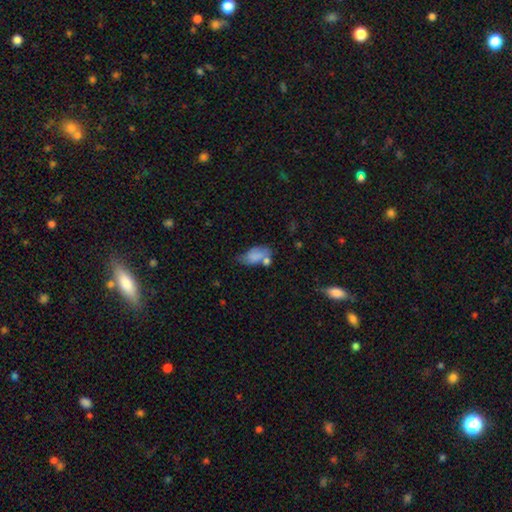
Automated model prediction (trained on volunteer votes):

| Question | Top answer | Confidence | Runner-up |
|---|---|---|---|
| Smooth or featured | smooth | 73% | featured or disk (17%) |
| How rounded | in between | 91% | round (6%) |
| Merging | none | 30% | minor disturbance (29%) |